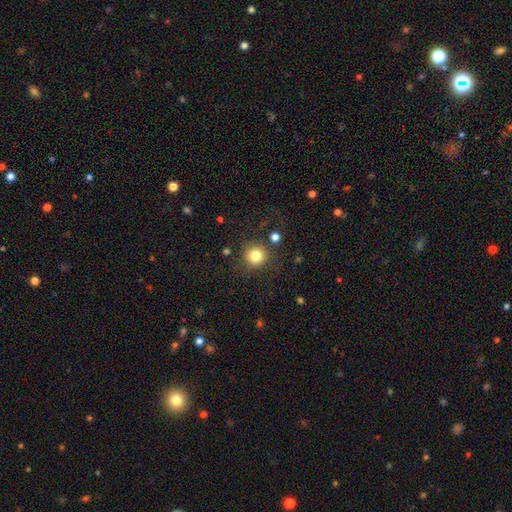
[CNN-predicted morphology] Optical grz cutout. It shows a smooth galaxy with no disk features (81%) that is round (94%). Merging: none (84%).